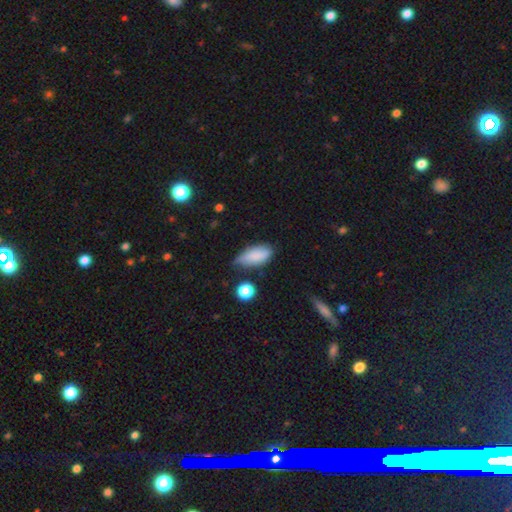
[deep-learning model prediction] smooth_or_featured: smooth (p=0.82) [alt: featured or disk p=0.10]
how_rounded: in between (p=0.87) [alt: cigar-shaped p=0.10]
merging: none (p=0.47) [alt: minor disturbance p=0.40]